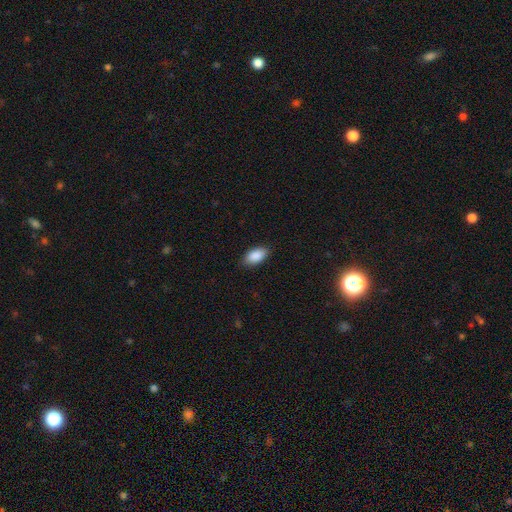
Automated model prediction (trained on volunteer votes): This appears to be a smooth galaxy with no disk features (90%) that is in between round and cigar-shaped (94%). Merging: none (86%).